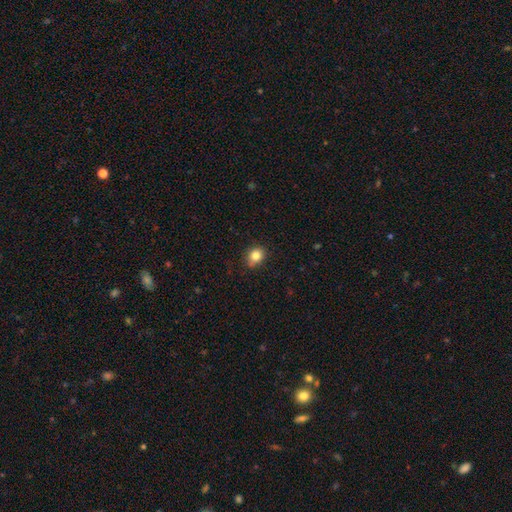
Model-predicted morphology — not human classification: Smooth or featured?
  - smooth: 83% *
  - star or artifact: 11%
  - featured or disk: 6%
How rounded?
  - round: 63% *
  - in between: 36%
  - cigar-shaped: 1%
Merging?
  - none: 78% *
  - minor disturbance: 17%
  - major disturbance: 3%
  - merger: 2%